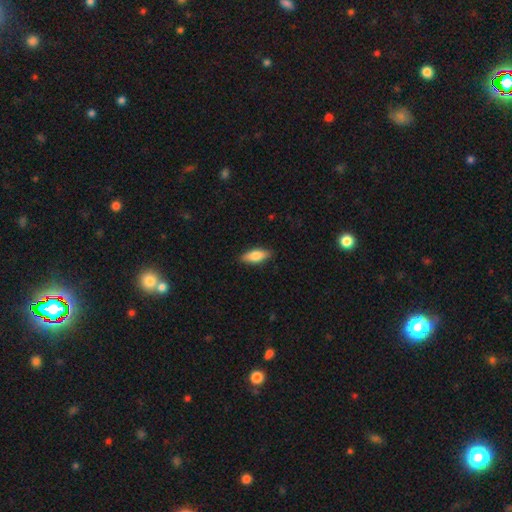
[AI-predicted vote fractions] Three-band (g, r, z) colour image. It shows a smooth galaxy with no disk features (77%) that is in between round and cigar-shaped (71%). Merging: none (89%).